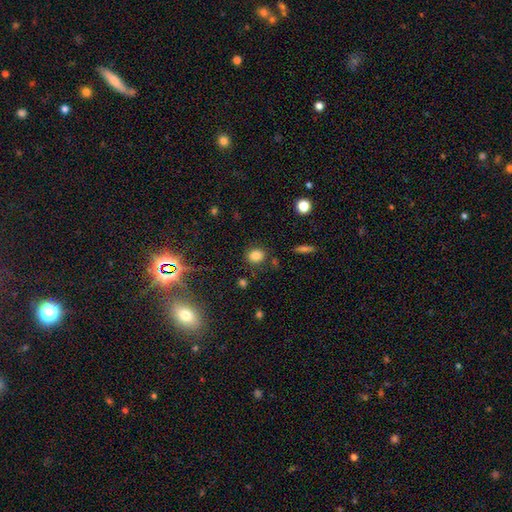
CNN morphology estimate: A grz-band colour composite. It shows a smooth galaxy with no disk features (82%) that is round (62%). Merging: none (82%).